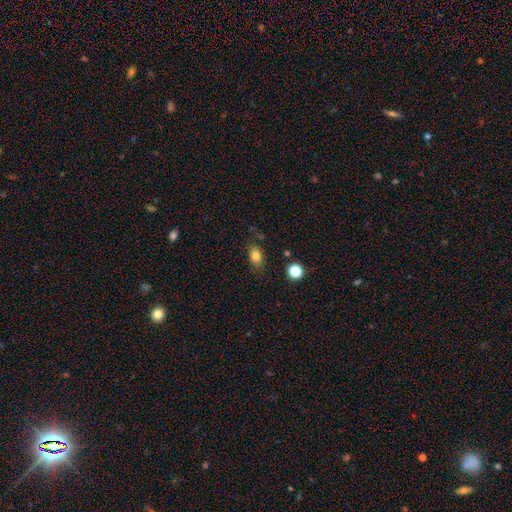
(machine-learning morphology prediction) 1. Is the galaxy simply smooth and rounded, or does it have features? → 82% smooth, 11% star or artifact, 7% featured or disk.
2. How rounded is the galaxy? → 79% in between, 19% round, 2% cigar-shaped.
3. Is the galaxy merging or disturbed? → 77% none, 16% minor disturbance, 4% major disturbance, 3% merger.